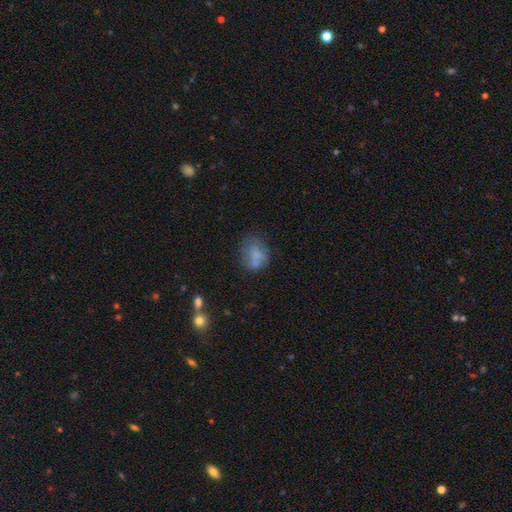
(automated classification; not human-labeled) This appears to be a smooth galaxy with no disk features (64%) that is round (52%). Merging: none (48%).